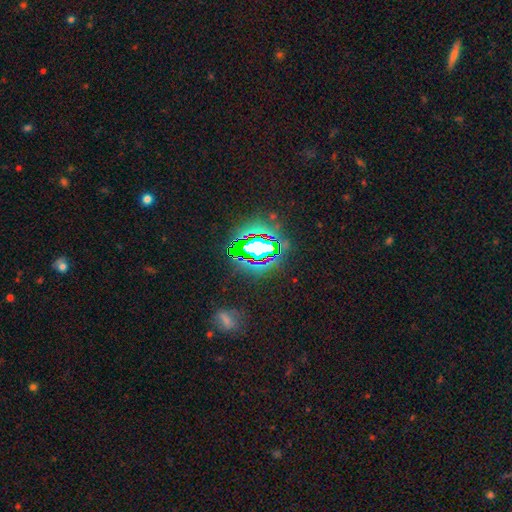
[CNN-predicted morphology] Smooth or featured? star or artifact (80%)